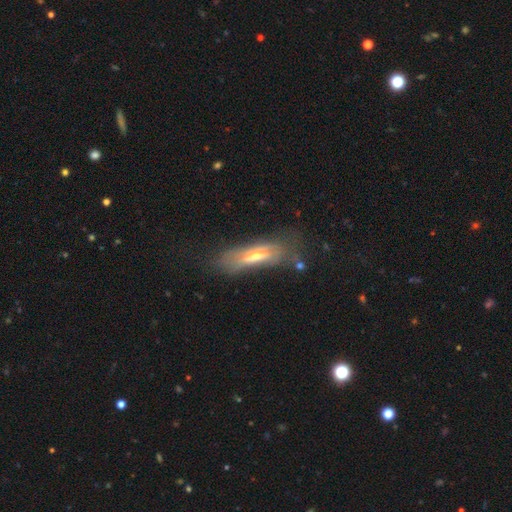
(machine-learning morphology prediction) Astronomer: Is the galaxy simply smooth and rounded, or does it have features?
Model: featured or disk — 52% (runner-up: smooth, 39%).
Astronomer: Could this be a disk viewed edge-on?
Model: yes — 58% (runner-up: no, 42%).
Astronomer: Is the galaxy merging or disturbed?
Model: none — 55%.